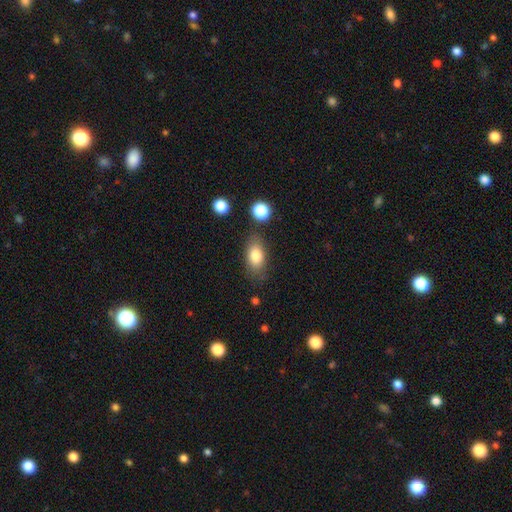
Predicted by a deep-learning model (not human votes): A smooth galaxy with no disk features (81%) that is in between round and cigar-shaped (86%).

Vote fractions:
- Smooth or featured? smooth: 81% / featured or disk: 11% / star or artifact: 8%
- How rounded? in between: 86% / round: 9% / cigar-shaped: 4%
- Merging? none: 77% / minor disturbance: 15% / major disturbance: 4% / merger: 4%